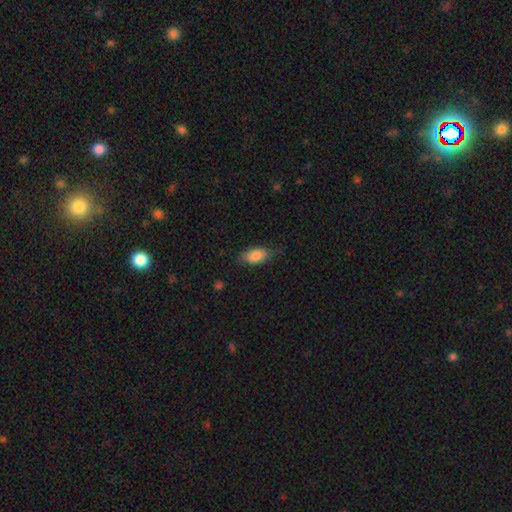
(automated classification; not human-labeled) smooth_or_featured: smooth (p=0.85) [alt: featured or disk p=0.08]
how_rounded: in between (p=0.89) [alt: cigar-shaped p=0.07]
merging: none (p=0.70) [alt: minor disturbance p=0.23]